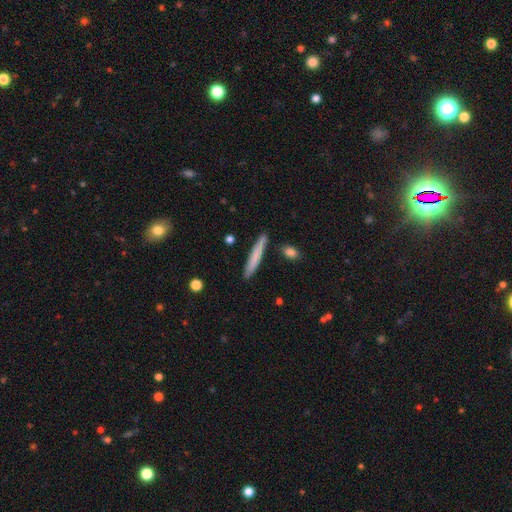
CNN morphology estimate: smooth-or-featured: smooth: 72% | featured or disk: 22% | star or artifact: 6%
  how-rounded: cigar-shaped: 95% | in between: 4% | round: 1%
  merging: none: 88% | minor disturbance: 8% | merger: 3% | major disturbance: 2%